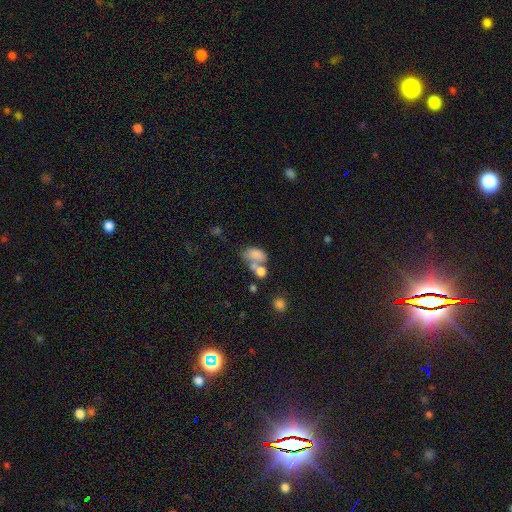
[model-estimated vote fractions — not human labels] smooth_or_featured: smooth (p=0.70) [alt: featured or disk p=0.19]
how_rounded: in between (p=0.85) [alt: round p=0.13]
merging: merger (p=0.53) [alt: none p=0.24]